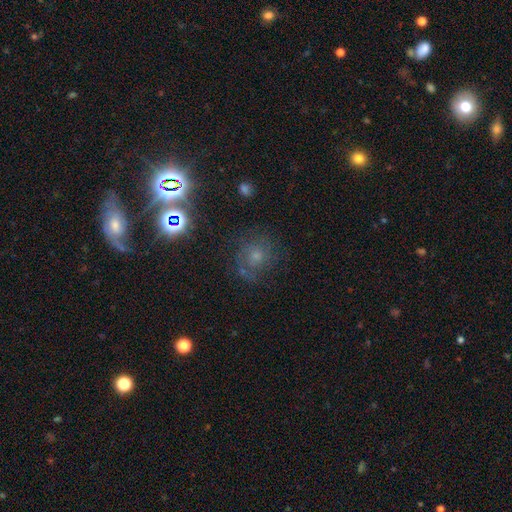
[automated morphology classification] A featured or disk galaxy (41%).

Vote fractions:
- Smooth or featured? featured or disk: 41% / star or artifact: 30% / smooth: 29%
- Merging? none: 67% / minor disturbance: 17% / major disturbance: 12% / merger: 3%